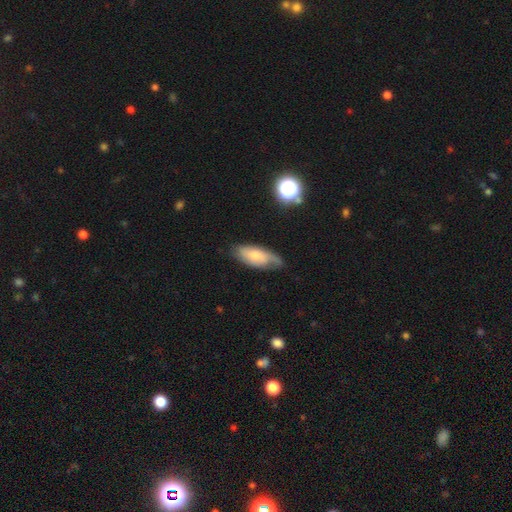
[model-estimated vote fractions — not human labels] Q: Smooth or featured?
A: smooth (58%); runner-up: featured or disk (34%)
Q: How rounded?
A: in between (83%); runner-up: cigar-shaped (15%)
Q: Merging?
A: none (57%); runner-up: minor disturbance (31%)